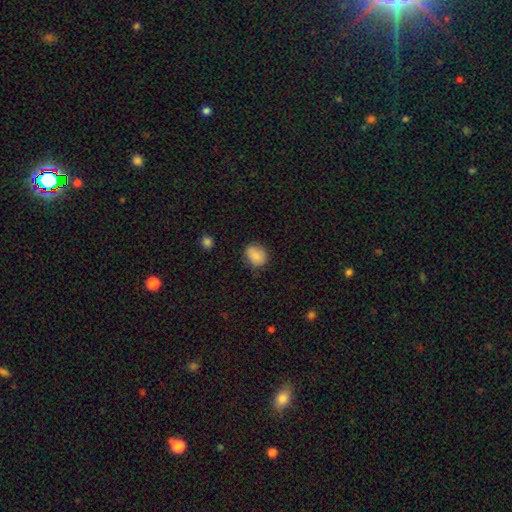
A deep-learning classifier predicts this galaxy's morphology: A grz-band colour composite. It shows a smooth galaxy with no disk features (84%) that is round (56%). Merging: none (77%).